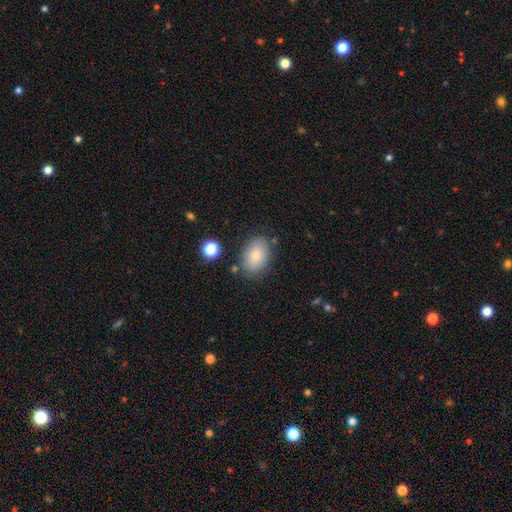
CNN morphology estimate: smooth 79%, featured or disk 12%, star or artifact 9%. Down the decision tree: how rounded — in between (81%); merging — none (78%).